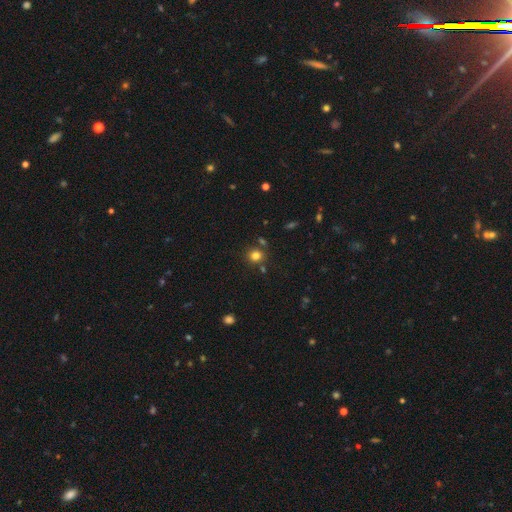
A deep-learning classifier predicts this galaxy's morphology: This appears to be a smooth galaxy with no disk features (79%) that is round (85%). Merging: none (79%).